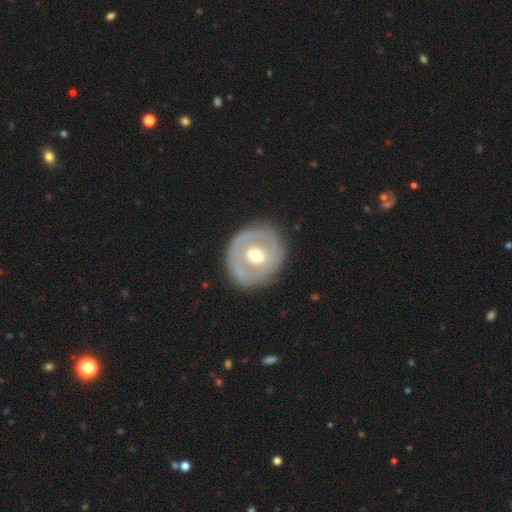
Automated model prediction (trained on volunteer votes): smooth_or_featured: featured or disk (p=0.59) [alt: smooth p=0.36]
disk_edge_on: no (p=0.95) [alt: yes p=0.05]
bar: no (p=0.58) [alt: weak p=0.30]
has_spiral_arms: no (p=0.71) [alt: yes p=0.29]
bulge_size: moderate (p=0.75) [alt: small p=0.15]
merging: none (p=0.80) [alt: minor disturbance p=0.13]